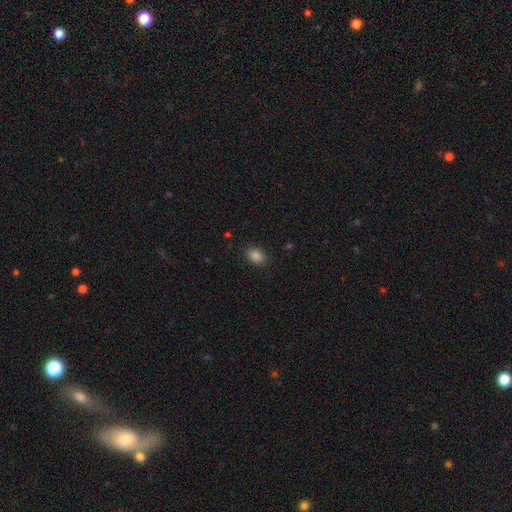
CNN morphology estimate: smooth 86%, star or artifact 10%, featured or disk 4%. Down the decision tree: how rounded — in between (79%); merging — none (86%).